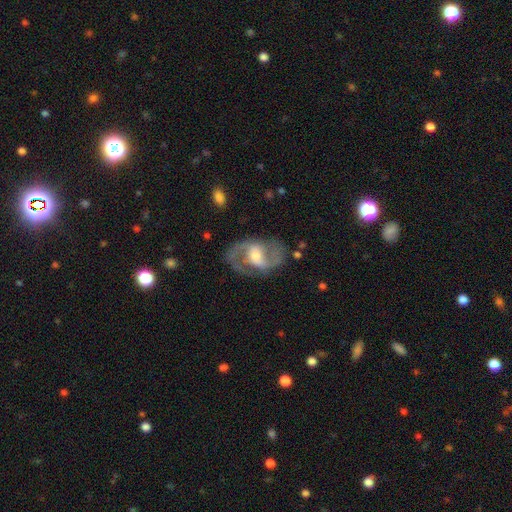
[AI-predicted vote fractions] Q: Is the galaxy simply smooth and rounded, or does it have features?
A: featured or disk — 87%.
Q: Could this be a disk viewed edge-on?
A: no — 97%.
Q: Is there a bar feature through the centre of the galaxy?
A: weak — 49%.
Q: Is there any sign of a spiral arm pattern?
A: yes — 94%.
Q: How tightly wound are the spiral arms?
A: medium — 58%.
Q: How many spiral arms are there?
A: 2 — 92%.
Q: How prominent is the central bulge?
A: moderate — 59%.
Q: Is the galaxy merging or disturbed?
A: none — 76%.